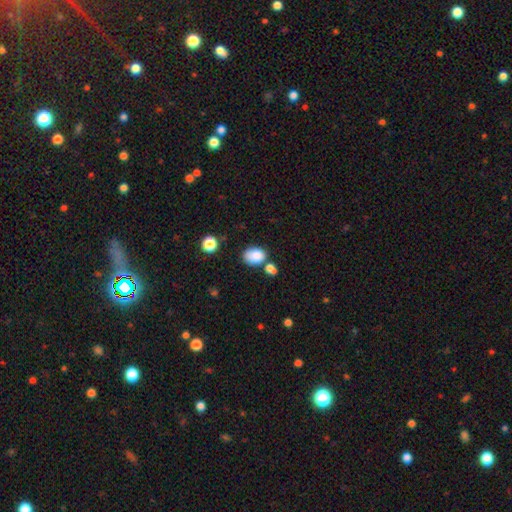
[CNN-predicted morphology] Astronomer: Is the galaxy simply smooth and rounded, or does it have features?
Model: smooth — 85%.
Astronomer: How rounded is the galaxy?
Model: in between — 77%.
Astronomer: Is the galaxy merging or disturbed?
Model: none — 58%.